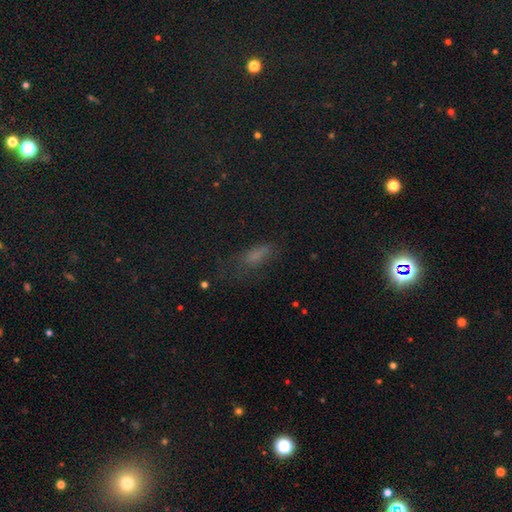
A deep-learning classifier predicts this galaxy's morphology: Overall: smooth (63%). How rounded: in between (67%; cigar-shaped 28%). Merging: none (52%; minor disturbance 26%).